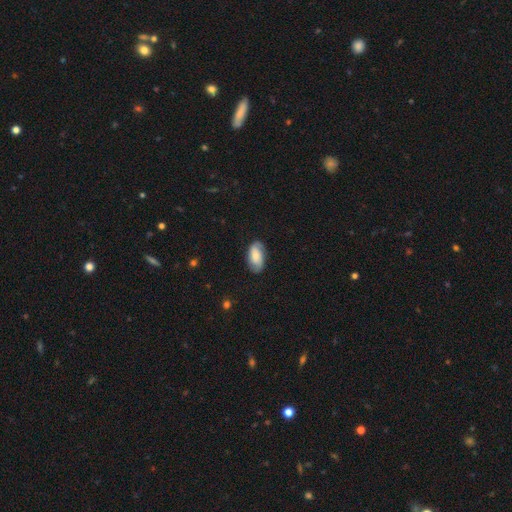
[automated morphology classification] This appears to be a smooth galaxy with no disk features (49%). Merging: none (77%).